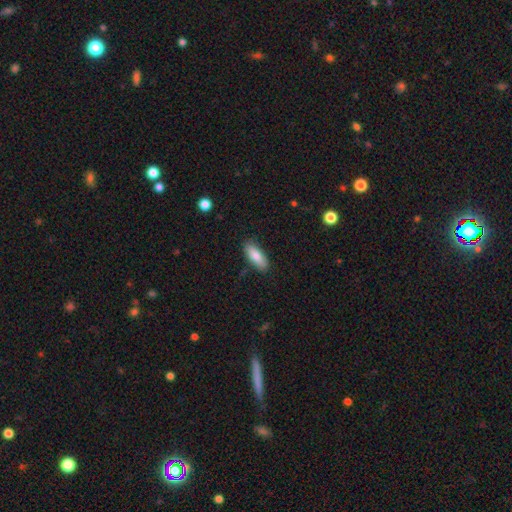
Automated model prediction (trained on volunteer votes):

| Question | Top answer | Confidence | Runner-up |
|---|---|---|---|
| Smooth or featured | smooth | 80% | featured or disk (14%) |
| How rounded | in between | 72% | cigar-shaped (26%) |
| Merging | none | 85% | minor disturbance (11%) |